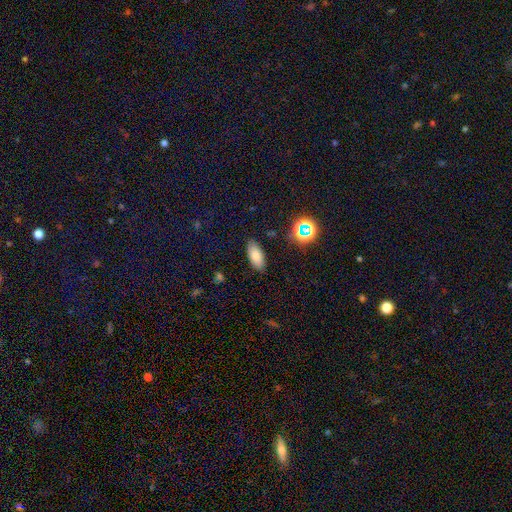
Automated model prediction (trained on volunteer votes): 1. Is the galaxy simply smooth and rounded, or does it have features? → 78% smooth, 11% star or artifact, 11% featured or disk.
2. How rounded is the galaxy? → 87% in between, 10% cigar-shaped, 3% round.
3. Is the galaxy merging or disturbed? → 86% none, 10% minor disturbance, 2% major disturbance, 2% merger.